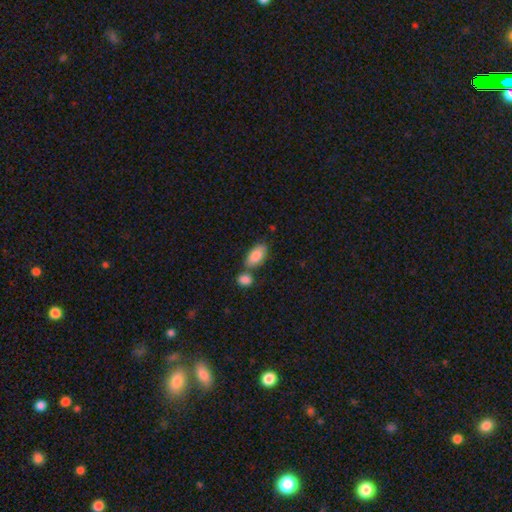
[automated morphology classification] Smooth or featured: smooth — 87% (featured or disk — 7%)
How rounded: in between — 93% (cigar-shaped — 4%)
Merging: none — 53% (merger — 31%)